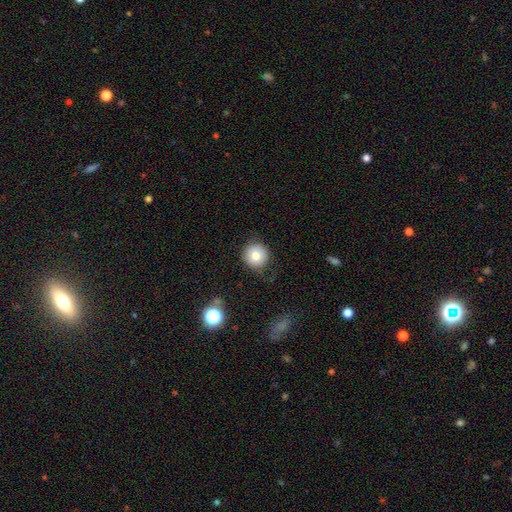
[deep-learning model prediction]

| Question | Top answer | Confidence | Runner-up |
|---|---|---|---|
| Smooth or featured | smooth | 77% | featured or disk (13%) |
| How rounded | round | 95% | in between (4%) |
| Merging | none | 84% | minor disturbance (11%) |